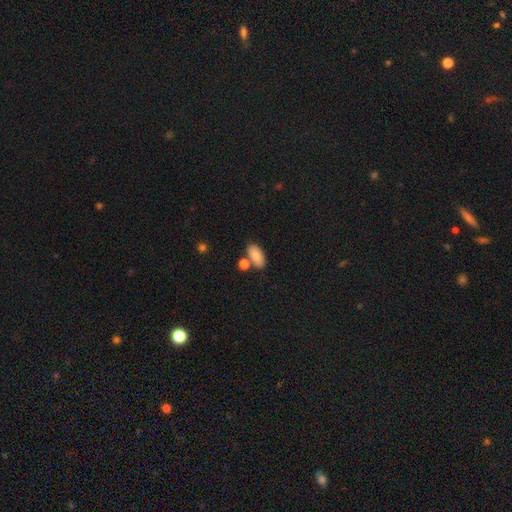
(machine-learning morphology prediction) Smooth or featured?
  - smooth: 81% *
  - featured or disk: 12%
  - star or artifact: 7%
How rounded?
  - in between: 92% *
  - round: 4%
  - cigar-shaped: 4%
Merging?
  - none: 68% *
  - merger: 17%
  - minor disturbance: 12%
  - major disturbance: 3%